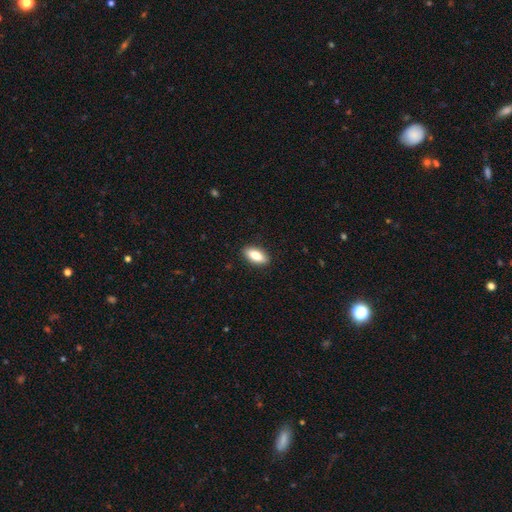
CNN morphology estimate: smooth-or-featured: smooth: 84% | featured or disk: 10% | star or artifact: 6%
  how-rounded: in between: 85% | cigar-shaped: 12% | round: 3%
  merging: none: 89% | minor disturbance: 8% | major disturbance: 2% | merger: 1%